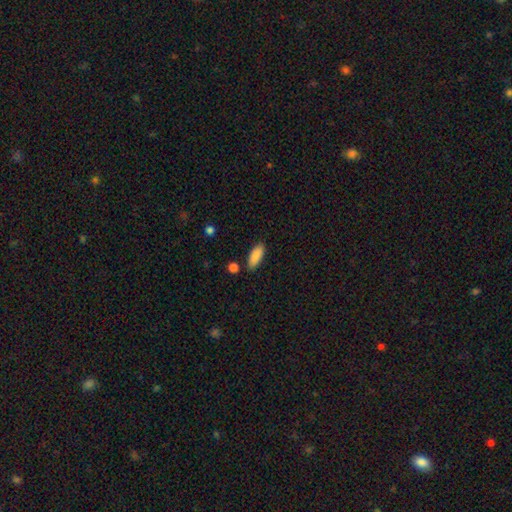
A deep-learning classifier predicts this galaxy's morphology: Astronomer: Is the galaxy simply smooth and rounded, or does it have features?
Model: smooth — 89%.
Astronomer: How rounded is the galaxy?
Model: in between — 77%.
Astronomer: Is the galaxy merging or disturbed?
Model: none — 83%.